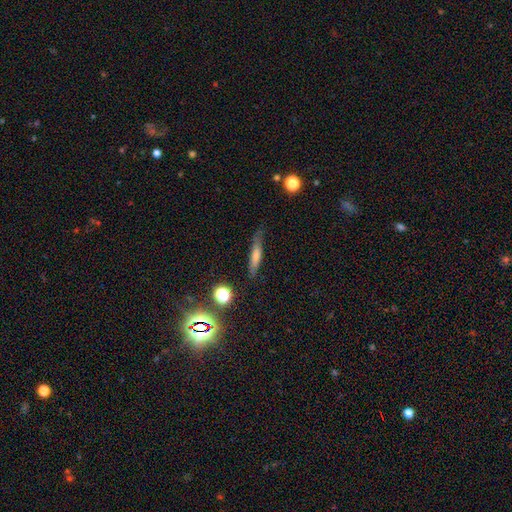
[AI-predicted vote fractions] A smooth galaxy with no disk features (52%) that is cigar-shaped (84%).

Vote fractions:
- Smooth or featured? smooth: 52% / featured or disk: 31% / star or artifact: 16%
- How rounded? cigar-shaped: 84% / in between: 12% / round: 4%
- Merging? none: 76% / minor disturbance: 17% / major disturbance: 5% / merger: 2%